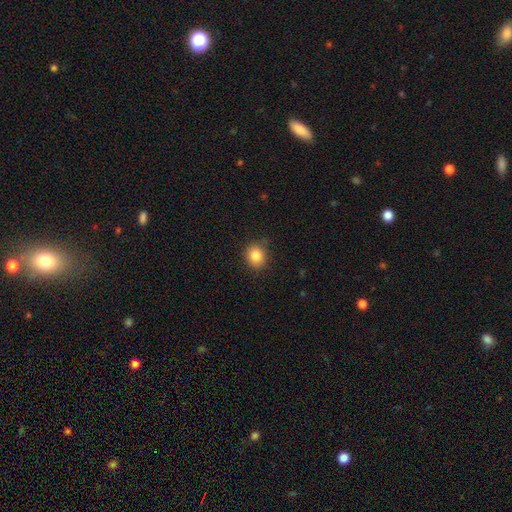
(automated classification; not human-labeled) A smooth galaxy with no disk features (84%) that is round (77%).

Vote fractions:
- Smooth or featured? smooth: 84% / star or artifact: 10% / featured or disk: 5%
- How rounded? round: 77% / in between: 22% / cigar-shaped: 1%
- Merging? none: 83% / minor disturbance: 13% / major disturbance: 3% / merger: 1%